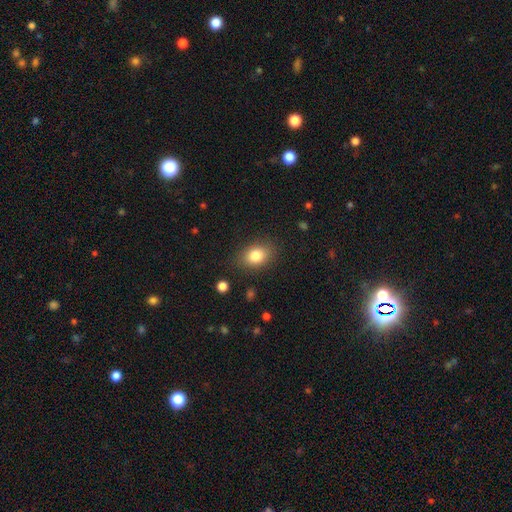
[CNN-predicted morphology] Q: Smooth or featured?
A: smooth (82%); runner-up: star or artifact (9%)
Q: How rounded?
A: in between (72%); runner-up: round (27%)
Q: Merging?
A: none (83%); runner-up: minor disturbance (12%)